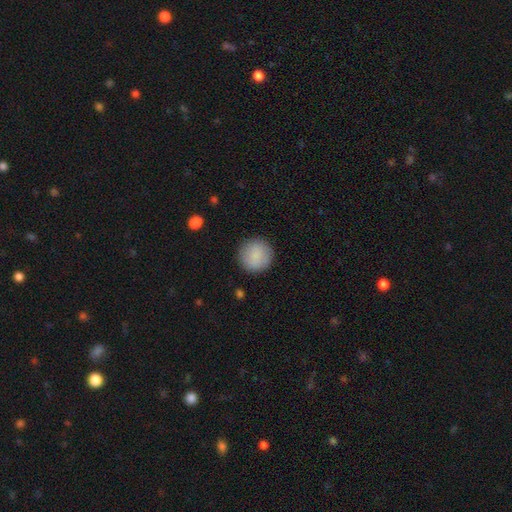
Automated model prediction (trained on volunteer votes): Smooth or featured? smooth (87%)
How rounded? round (95%)
Merging? none (90%)